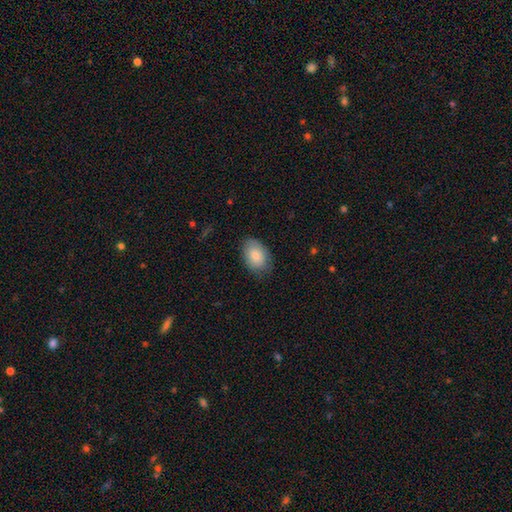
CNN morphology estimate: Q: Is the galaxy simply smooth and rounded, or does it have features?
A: smooth — 84%.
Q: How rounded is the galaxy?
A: in between — 86%.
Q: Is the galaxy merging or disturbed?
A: none — 75%.